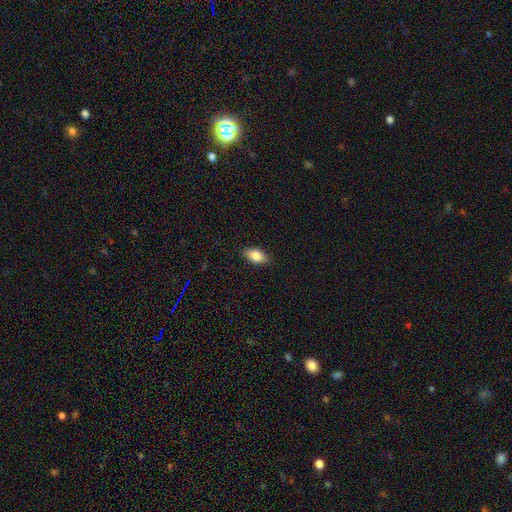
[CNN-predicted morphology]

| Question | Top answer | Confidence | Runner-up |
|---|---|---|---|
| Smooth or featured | smooth | 83% | featured or disk (10%) |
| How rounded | in between | 90% | cigar-shaped (5%) |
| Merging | none | 87% | minor disturbance (10%) |